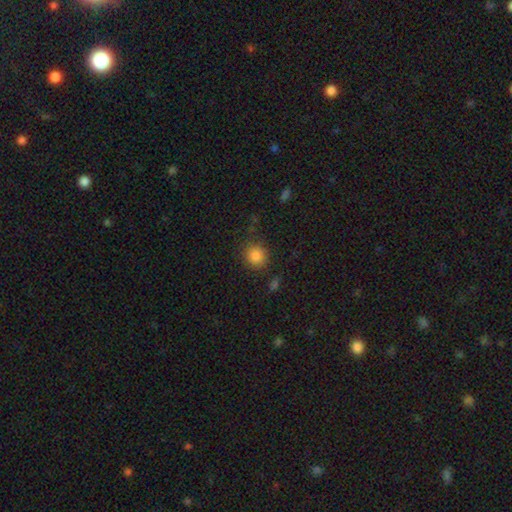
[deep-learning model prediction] smooth-or-featured: smooth: 85% | star or artifact: 10% | featured or disk: 5%
  how-rounded: round: 86% | in between: 13% | cigar-shaped: 1%
  merging: none: 82% | minor disturbance: 11% | major disturbance: 4% | merger: 3%